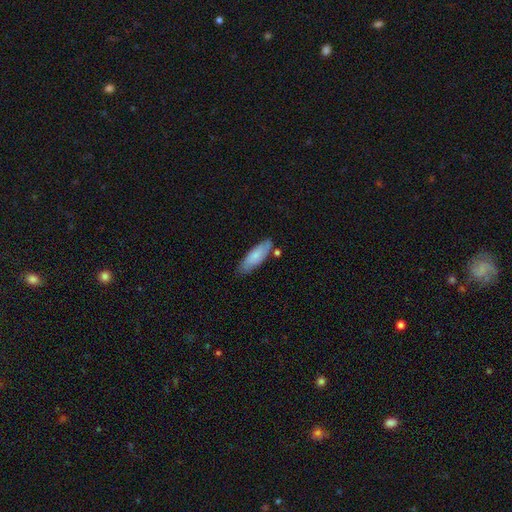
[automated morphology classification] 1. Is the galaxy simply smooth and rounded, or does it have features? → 81% smooth, 14% featured or disk, 6% star or artifact.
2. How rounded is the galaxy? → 53% in between, 46% cigar-shaped, 2% round.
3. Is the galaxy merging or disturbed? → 77% none, 15% minor disturbance, 5% merger, 3% major disturbance.